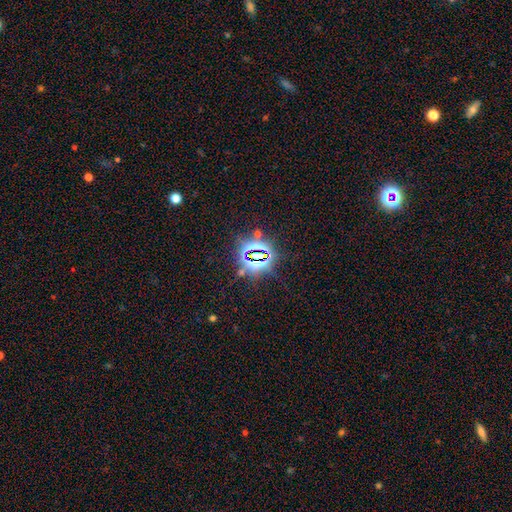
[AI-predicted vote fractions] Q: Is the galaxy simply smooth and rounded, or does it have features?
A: star or artifact — 80%.